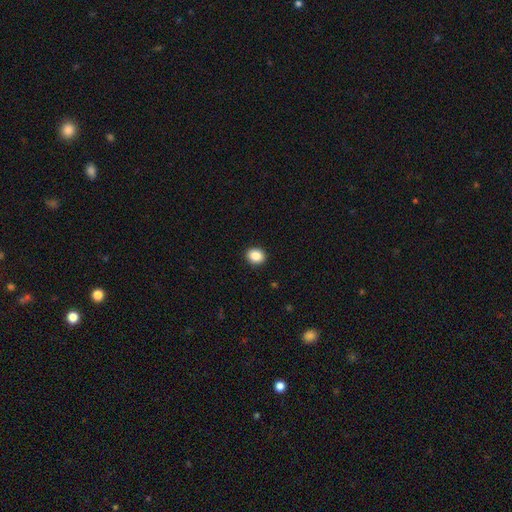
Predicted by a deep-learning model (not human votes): A smooth galaxy with no disk features (87%) that is round (65%).

Vote fractions:
- Smooth or featured? smooth: 87% / star or artifact: 9% / featured or disk: 4%
- How rounded? round: 65% / in between: 34% / cigar-shaped: 1%
- Merging? none: 92% / minor disturbance: 5% / major disturbance: 2% / merger: 1%